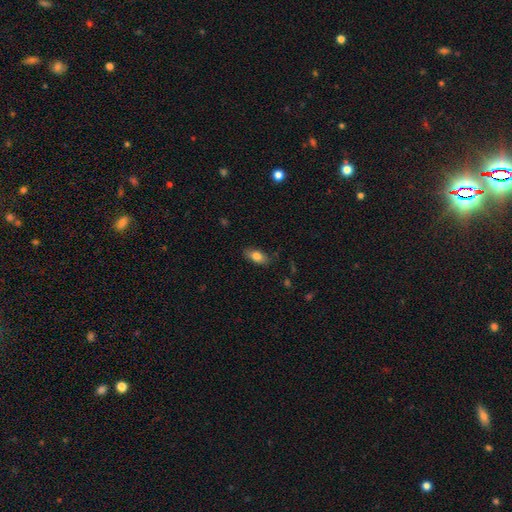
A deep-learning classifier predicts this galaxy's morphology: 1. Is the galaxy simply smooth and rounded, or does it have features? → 80% smooth, 12% featured or disk, 8% star or artifact.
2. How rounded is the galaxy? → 87% in between, 8% cigar-shaped, 5% round.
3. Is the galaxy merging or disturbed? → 83% none, 13% minor disturbance, 3% major disturbance, 1% merger.